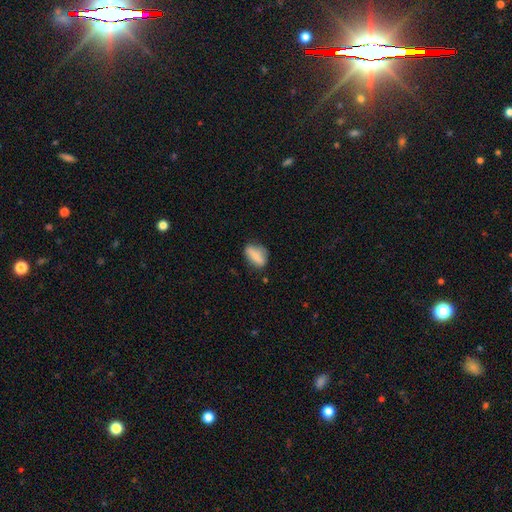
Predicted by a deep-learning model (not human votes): This appears to be a smooth galaxy with no disk features (74%) that is in between round and cigar-shaped (75%). Merging: none (70%).